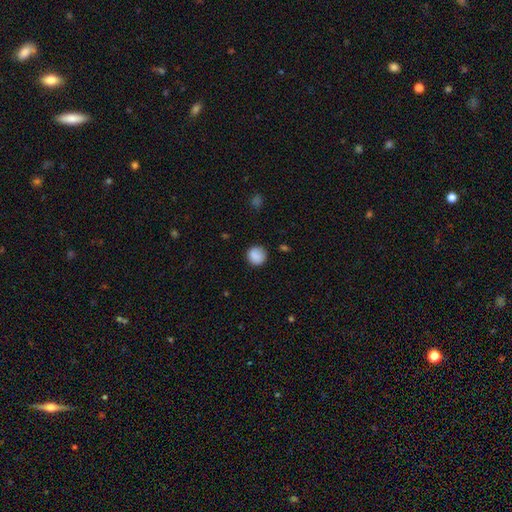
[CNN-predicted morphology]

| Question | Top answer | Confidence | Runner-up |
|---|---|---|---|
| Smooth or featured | smooth | 87% | star or artifact (8%) |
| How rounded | round | 89% | in between (10%) |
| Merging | none | 84% | minor disturbance (11%) |